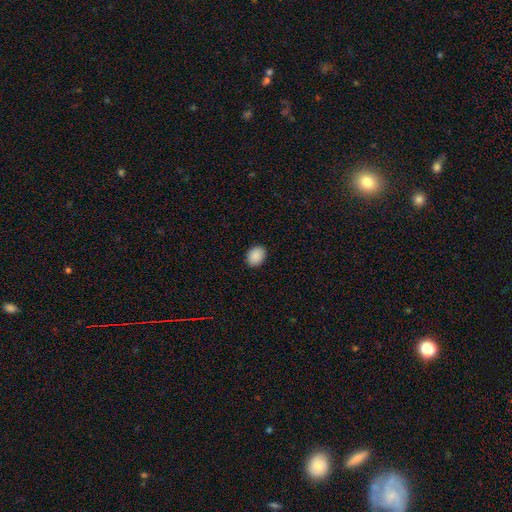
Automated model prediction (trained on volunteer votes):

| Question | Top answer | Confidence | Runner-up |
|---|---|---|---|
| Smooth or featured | smooth | 90% | star or artifact (8%) |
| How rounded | in between | 58% | round (41%) |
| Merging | none | 90% | minor disturbance (7%) |